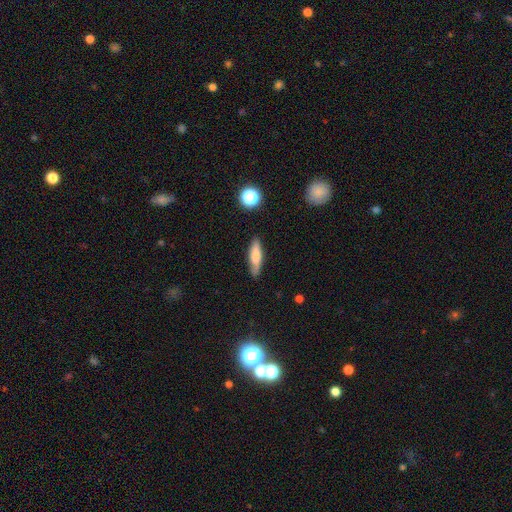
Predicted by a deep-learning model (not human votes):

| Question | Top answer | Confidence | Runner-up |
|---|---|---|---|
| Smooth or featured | smooth | 72% | featured or disk (20%) |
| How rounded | cigar-shaped | 64% | in between (33%) |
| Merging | none | 76% | minor disturbance (18%) |